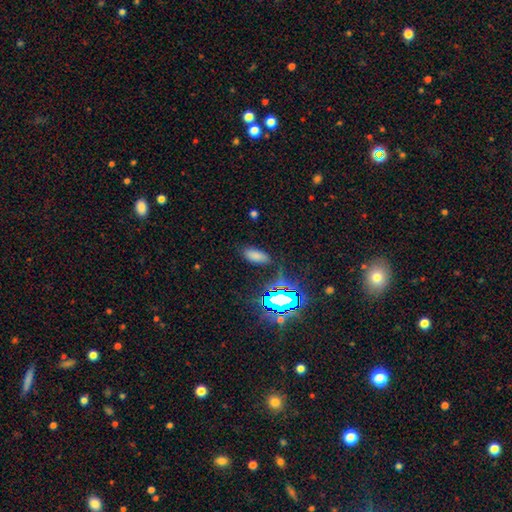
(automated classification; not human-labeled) smooth-or-featured: smooth: 71% | star or artifact: 22% | featured or disk: 6%
  how-rounded: in between: 88% | cigar-shaped: 9% | round: 3%
  merging: none: 82% | minor disturbance: 12% | major disturbance: 4% | merger: 2%